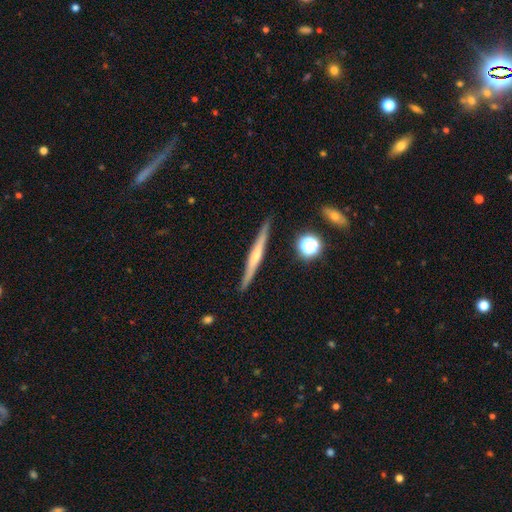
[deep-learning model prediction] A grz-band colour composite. It shows a featured or disk galaxy (62%) viewed edge-on (97%) with a rounded central bulge (56%). Merging: none (90%).